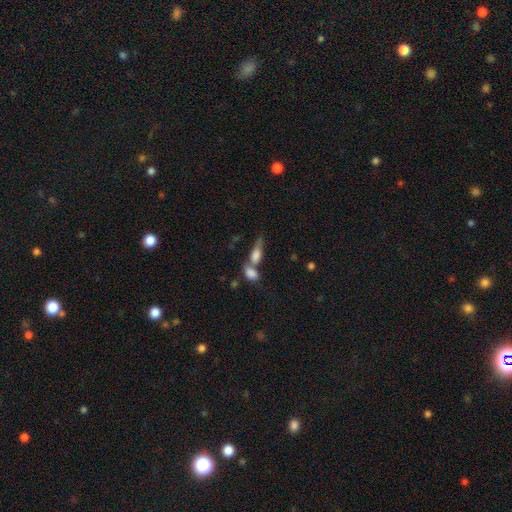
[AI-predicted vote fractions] The model was most divided on "merging": merger: 60%, none: 24%, minor disturbance: 10%, major disturbance: 7%. More confident: how rounded — in between (75%); smooth or featured — smooth (73%).